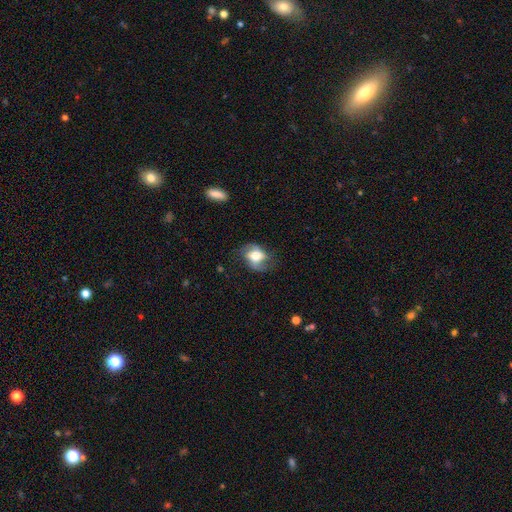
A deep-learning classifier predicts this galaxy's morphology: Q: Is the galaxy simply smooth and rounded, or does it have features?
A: featured or disk — 50%.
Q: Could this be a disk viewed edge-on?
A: no — 93%.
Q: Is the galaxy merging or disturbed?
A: none — 61%.